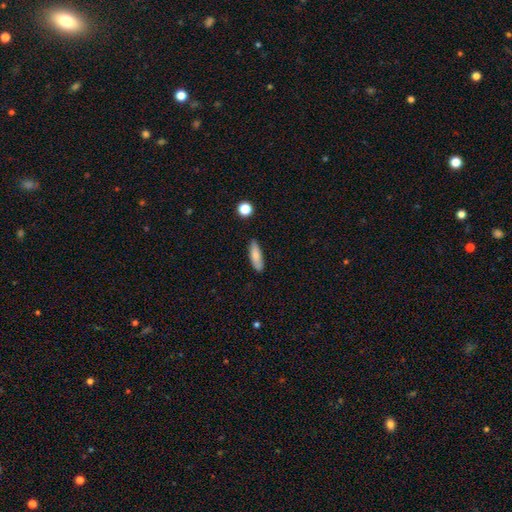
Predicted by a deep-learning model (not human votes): Q: Smooth or featured?
A: smooth (78%); runner-up: featured or disk (15%)
Q: How rounded?
A: cigar-shaped (52%); runner-up: in between (46%)
Q: Merging?
A: none (78%); runner-up: minor disturbance (17%)